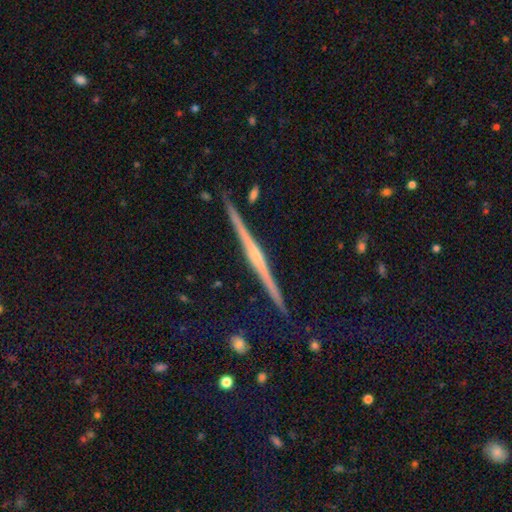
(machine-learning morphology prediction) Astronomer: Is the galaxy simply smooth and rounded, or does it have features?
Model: featured or disk — 81%.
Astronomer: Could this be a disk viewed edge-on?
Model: yes — 98%.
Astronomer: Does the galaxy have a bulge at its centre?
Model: rounded — 58%.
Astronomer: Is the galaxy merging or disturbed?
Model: none — 90%.